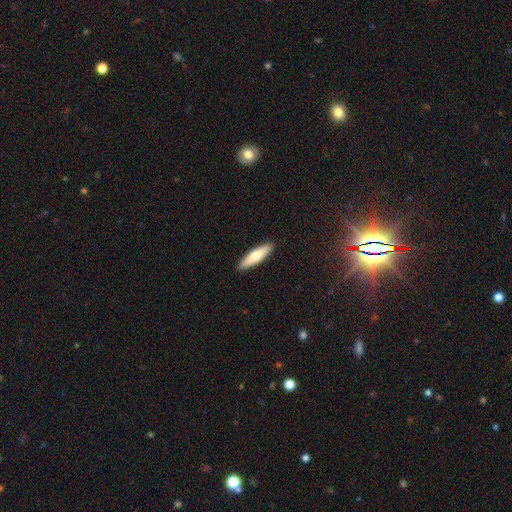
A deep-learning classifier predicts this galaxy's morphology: Smooth or featured? Predicted: smooth (p=0.72). How rounded? Predicted: cigar-shaped (p=0.66). Merging? Predicted: none (p=0.91).